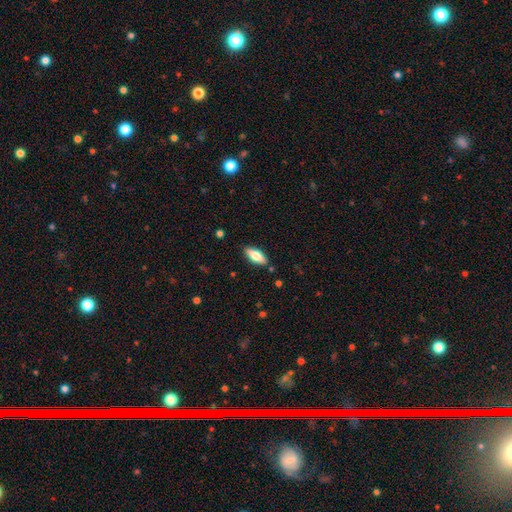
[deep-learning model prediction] This is likely a smooth galaxy (67%). How rounded: likely in between (76%). Merging: clearly none (87%).